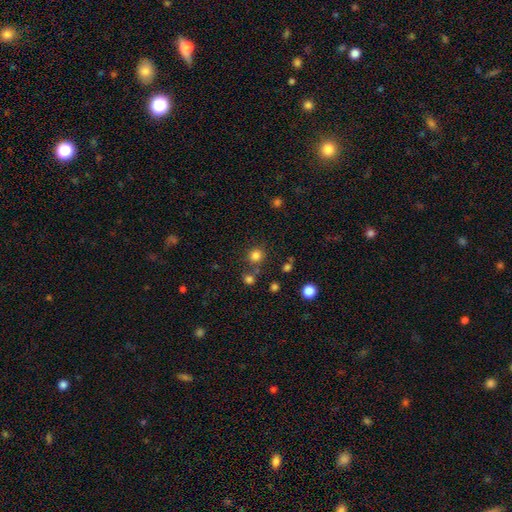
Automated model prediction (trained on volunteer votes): Q: Smooth or featured?
A: smooth (80%); runner-up: star or artifact (15%)
Q: How rounded?
A: round (91%); runner-up: in between (8%)
Q: Merging?
A: none (76%); runner-up: merger (12%)